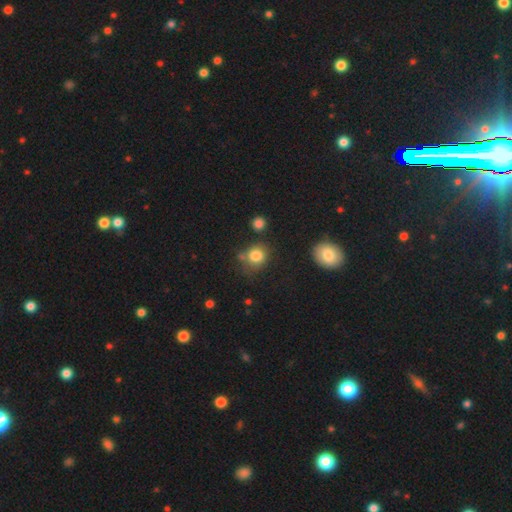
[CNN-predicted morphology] This is clearly a smooth galaxy (81%). How rounded: likely round (77%). Merging: likely none (65%).